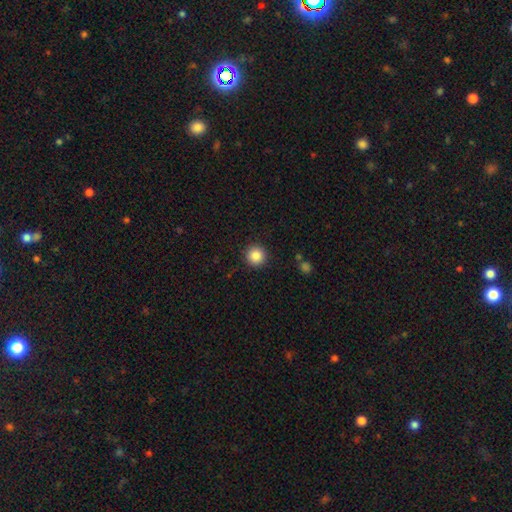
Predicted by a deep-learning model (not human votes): Smooth or featured? Predicted: smooth (p=0.86). How rounded? Predicted: round (p=0.95). Merging? Predicted: none (p=0.91).